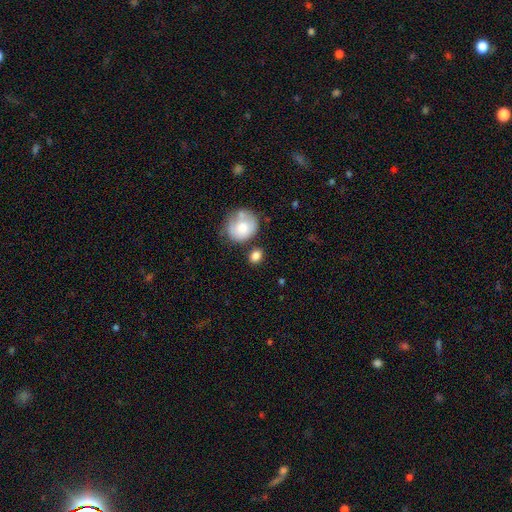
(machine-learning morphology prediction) type=smooth (82%); roundness=round (54%); merging=none (62%).